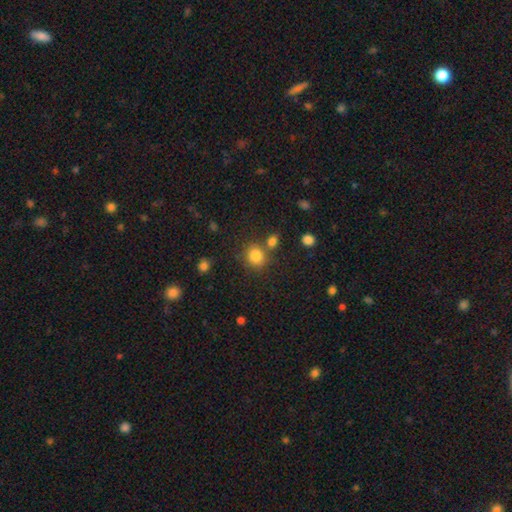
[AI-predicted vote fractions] This appears to be a smooth galaxy with no disk features (82%) that is round (78%). Merging: none (68%).